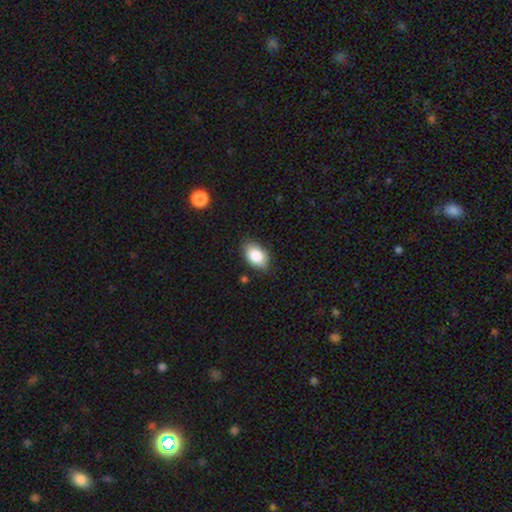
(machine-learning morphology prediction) The model was most divided on "merging": none: 80%, minor disturbance: 16%, major disturbance: 3%, merger: 1%. More confident: how rounded — in between (91%); smooth or featured — smooth (86%).